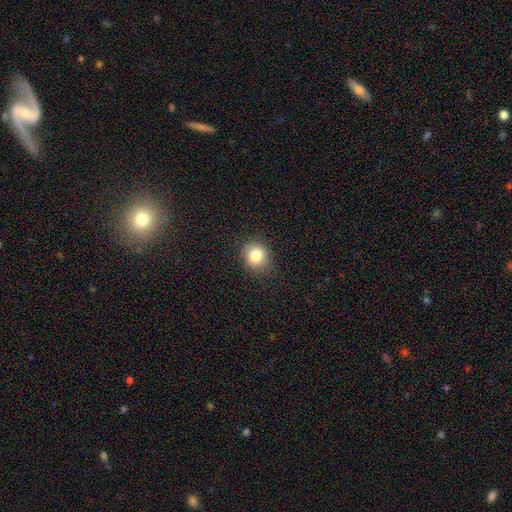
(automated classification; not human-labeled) smooth 81%, star or artifact 11%, featured or disk 8%. Down the decision tree: how rounded — round (77%); merging — none (86%).